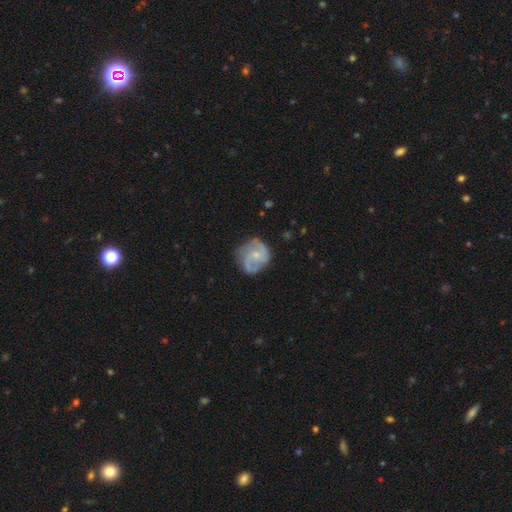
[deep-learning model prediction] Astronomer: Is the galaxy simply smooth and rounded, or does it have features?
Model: featured or disk — 77%.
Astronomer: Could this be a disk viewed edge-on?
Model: no — 98%.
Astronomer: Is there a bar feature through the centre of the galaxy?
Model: no — 63%.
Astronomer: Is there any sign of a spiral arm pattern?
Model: yes — 93%.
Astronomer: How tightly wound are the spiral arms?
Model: medium — 50% (runner-up: tight, 27%).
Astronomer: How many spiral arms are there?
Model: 2 — 63%.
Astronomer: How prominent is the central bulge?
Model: small — 65%.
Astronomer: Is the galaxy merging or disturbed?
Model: none — 66%.